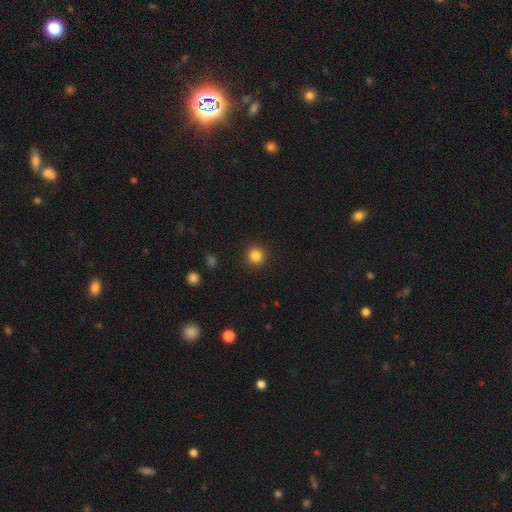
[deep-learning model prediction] Overall: smooth (84%). How rounded: round (94%). Merging: none (92%).